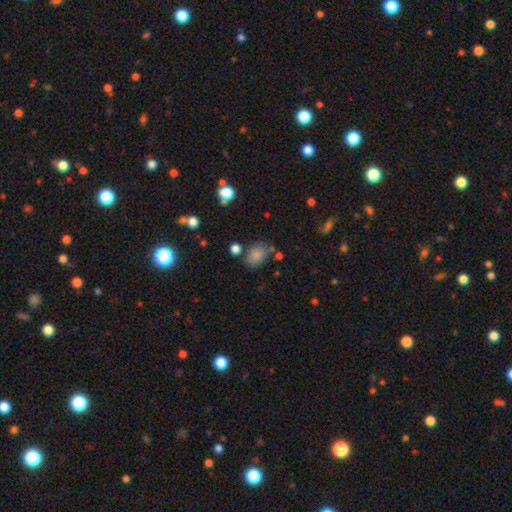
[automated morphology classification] Q: Smooth or featured?
A: smooth (83%); runner-up: star or artifact (10%)
Q: How rounded?
A: in between (76%); runner-up: round (23%)
Q: Merging?
A: none (67%); runner-up: minor disturbance (18%)